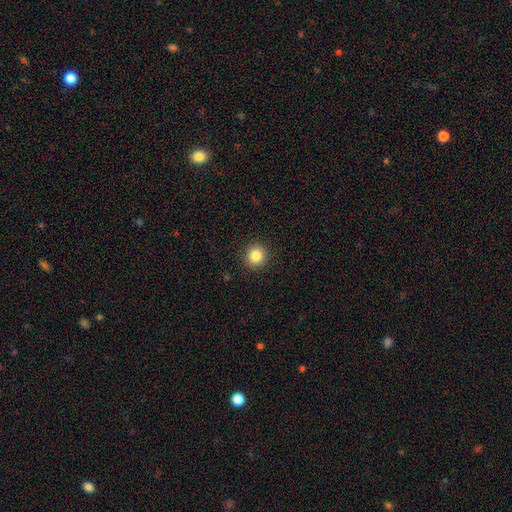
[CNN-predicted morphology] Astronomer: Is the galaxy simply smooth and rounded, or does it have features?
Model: smooth — 85%.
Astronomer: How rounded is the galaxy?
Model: round — 92%.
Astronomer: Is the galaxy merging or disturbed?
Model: none — 92%.